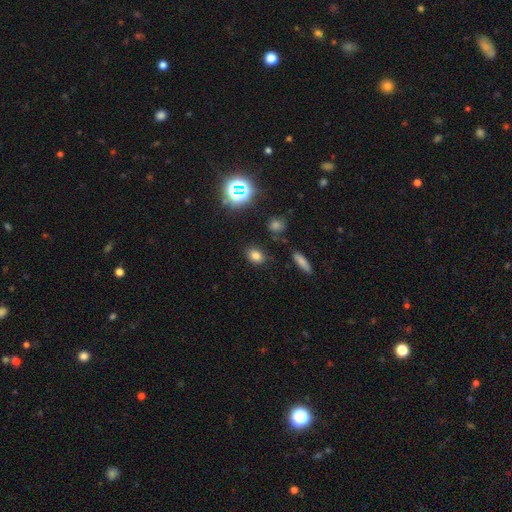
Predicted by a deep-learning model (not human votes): Q: Smooth or featured?
A: smooth (76%); runner-up: star or artifact (17%)
Q: How rounded?
A: in between (69%); runner-up: round (29%)
Q: Merging?
A: none (84%); runner-up: minor disturbance (10%)